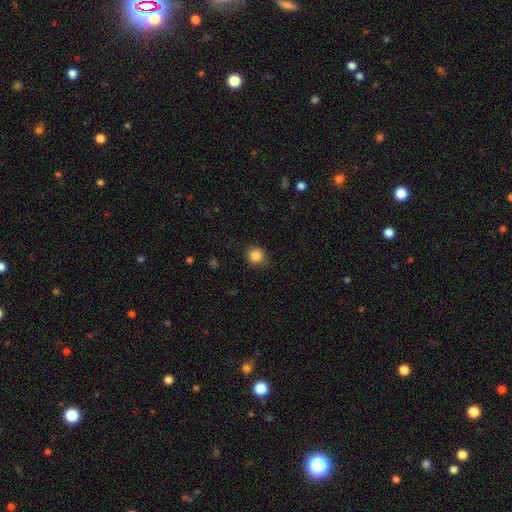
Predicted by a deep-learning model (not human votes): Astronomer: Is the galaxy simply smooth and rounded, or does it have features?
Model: smooth — 85%.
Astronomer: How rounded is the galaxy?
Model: round — 86%.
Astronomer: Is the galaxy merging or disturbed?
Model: none — 79%.